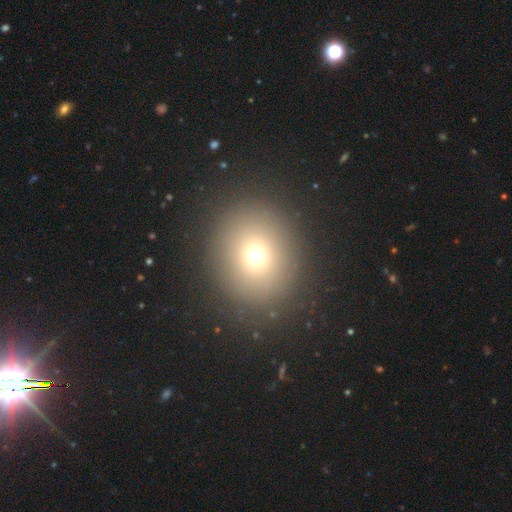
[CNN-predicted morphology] Smooth or featured? Predicted: smooth (p=0.69). How rounded? Predicted: round (p=0.79). Merging? Predicted: none (p=0.87).